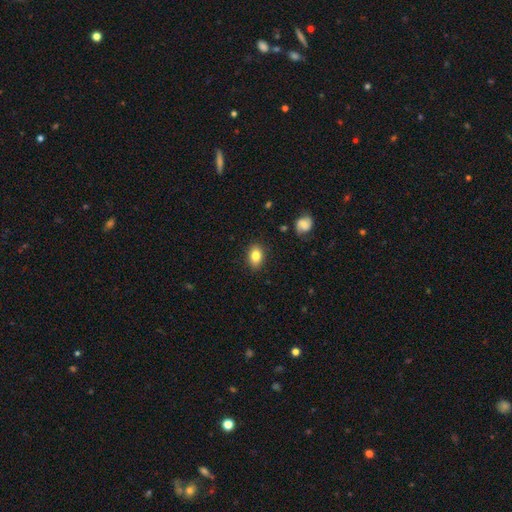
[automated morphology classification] smooth-or-featured: smooth: 83% | featured or disk: 9% | star or artifact: 9%
  how-rounded: in between: 78% | round: 21% | cigar-shaped: 1%
  merging: none: 87% | minor disturbance: 10% | major disturbance: 2% | merger: 1%